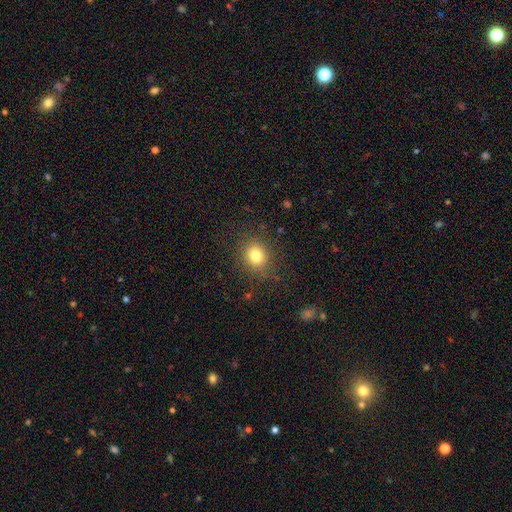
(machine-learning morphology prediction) Smooth or featured? Predicted: smooth (p=0.80). How rounded? Predicted: round (p=0.79). Merging? Predicted: none (p=0.86).